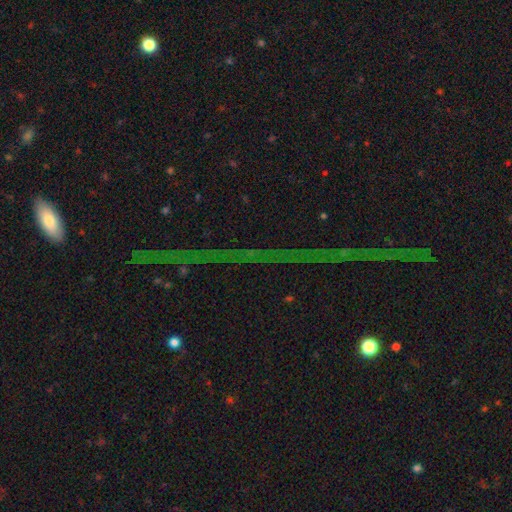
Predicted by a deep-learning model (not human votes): smooth-or-featured: star or artifact: 76% | featured or disk: 15% | smooth: 9%